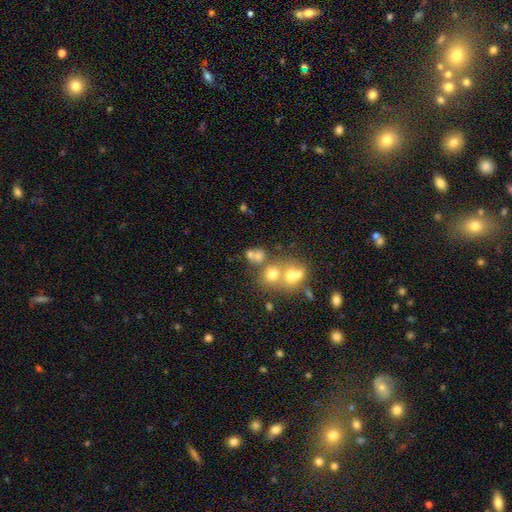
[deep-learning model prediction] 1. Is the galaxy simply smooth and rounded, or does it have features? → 63% smooth, 18% star or artifact, 18% featured or disk.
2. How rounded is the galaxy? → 73% round, 26% in between, 1% cigar-shaped.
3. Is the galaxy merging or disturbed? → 44% merger, 42% none, 8% minor disturbance, 6% major disturbance.